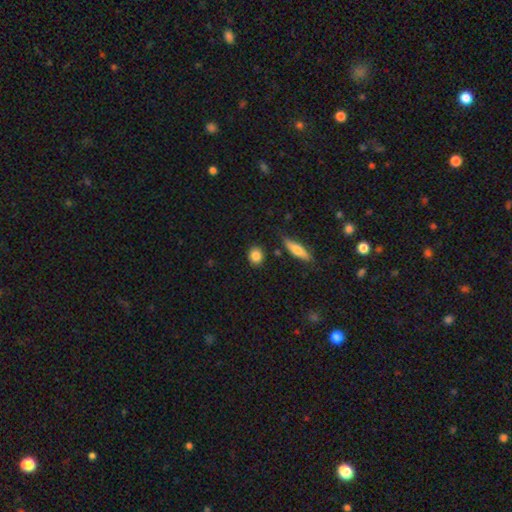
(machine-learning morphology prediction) This appears to be a smooth galaxy with no disk features (85%) that is round (68%). Merging: none (85%).